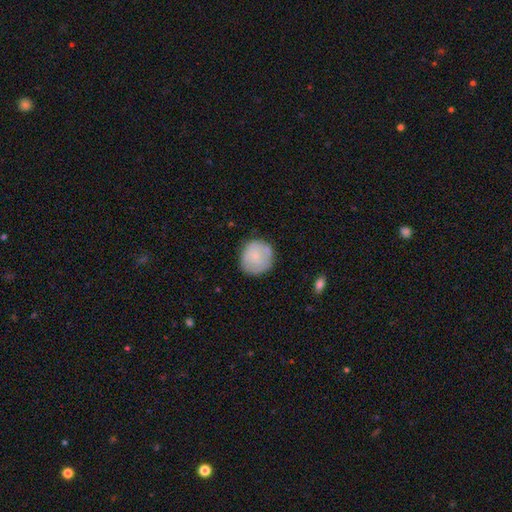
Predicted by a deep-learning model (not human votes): smooth-or-featured: smooth: 71% | featured or disk: 22% | star or artifact: 7%
  how-rounded: round: 90% | in between: 9% | cigar-shaped: 1%
  merging: none: 76% | minor disturbance: 17% | major disturbance: 5% | merger: 2%